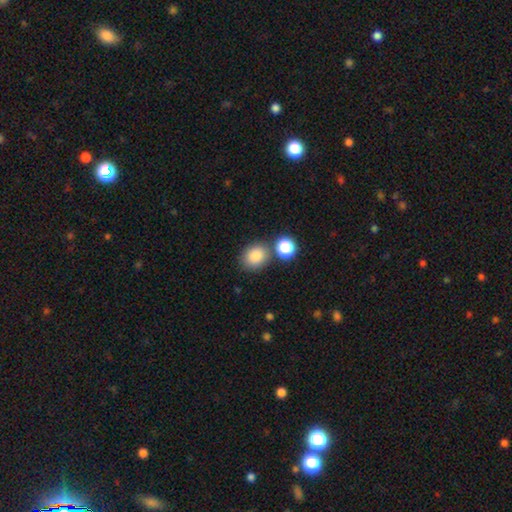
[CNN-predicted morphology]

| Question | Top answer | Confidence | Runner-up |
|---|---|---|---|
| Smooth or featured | smooth | 84% | star or artifact (10%) |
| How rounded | round | 61% | in between (38%) |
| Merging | none | 71% | merger (15%) |